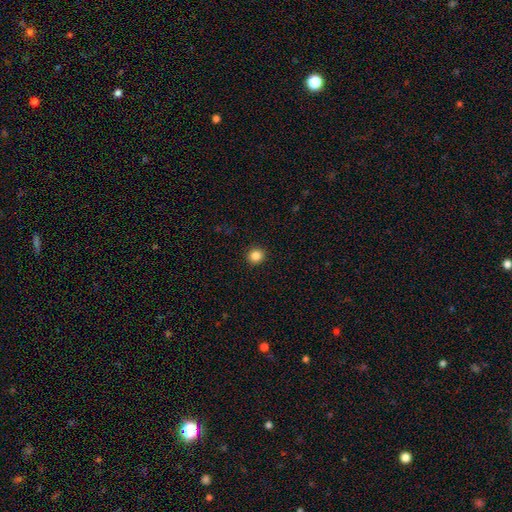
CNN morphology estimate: Smooth or featured?
  - smooth: 86% *
  - star or artifact: 11%
  - featured or disk: 4%
How rounded?
  - round: 91% *
  - in between: 8%
  - cigar-shaped: 1%
Merging?
  - none: 92% *
  - minor disturbance: 5%
  - major disturbance: 2%
  - merger: 1%